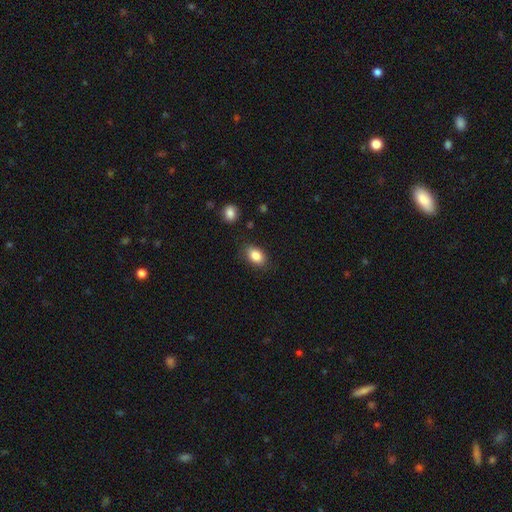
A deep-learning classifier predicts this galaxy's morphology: Smooth or featured? Predicted: smooth (p=0.85). How rounded? Predicted: in between (p=0.86). Merging? Predicted: none (p=0.83).